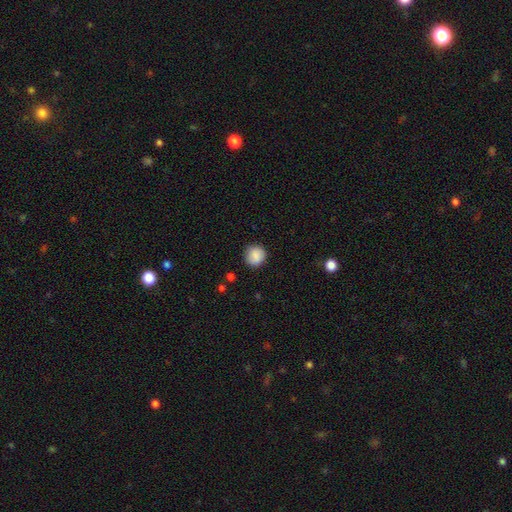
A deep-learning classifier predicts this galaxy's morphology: Smooth or featured? Predicted: smooth (p=0.88). How rounded? Predicted: round (p=0.91). Merging? Predicted: none (p=0.87).